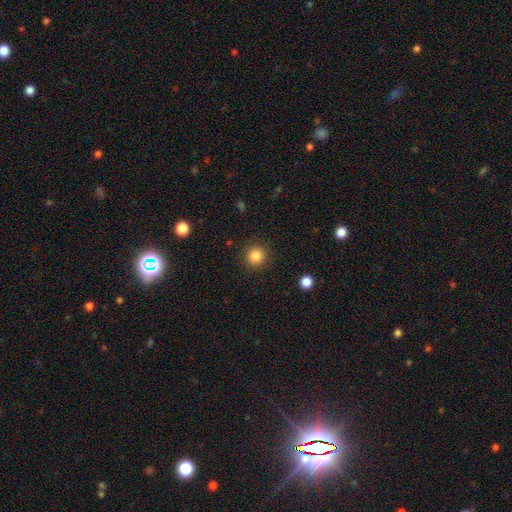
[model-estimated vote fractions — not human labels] Morphology: type=smooth (85%); roundness=round (95%); merging=none (91%).